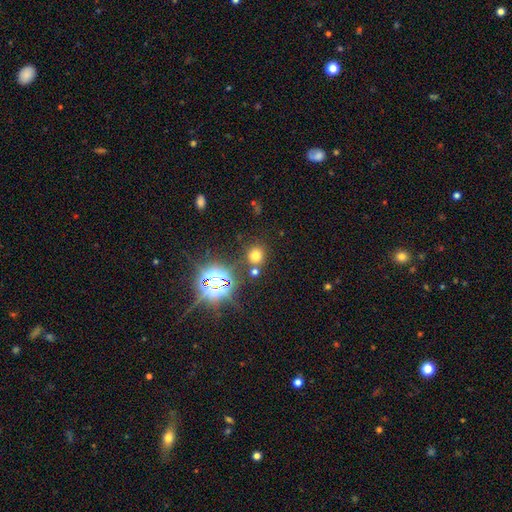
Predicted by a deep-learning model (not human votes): Morphology: type=smooth (64%); roundness=round (85%); merging=none (79%).